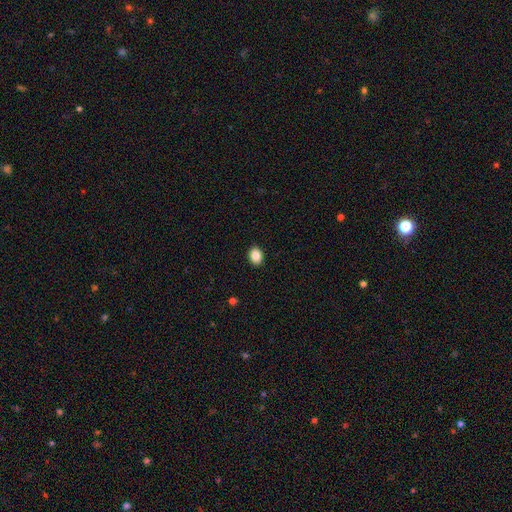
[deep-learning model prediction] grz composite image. It shows a smooth galaxy with no disk features (86%) that is in between round and cigar-shaped (67%). Merging: none (91%).